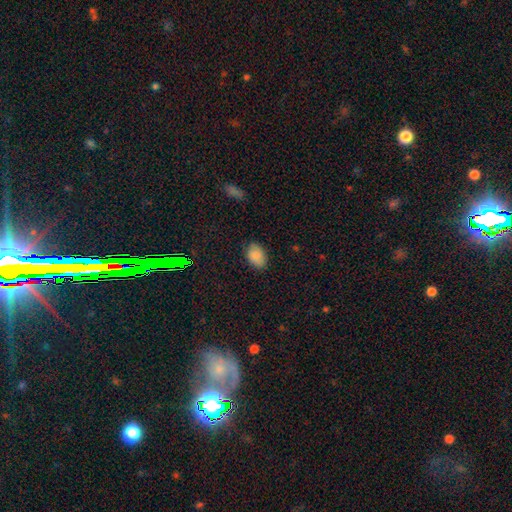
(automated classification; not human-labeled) This appears to be a smooth galaxy with no disk features (87%) that is in between round and cigar-shaped (86%). Merging: none (82%).